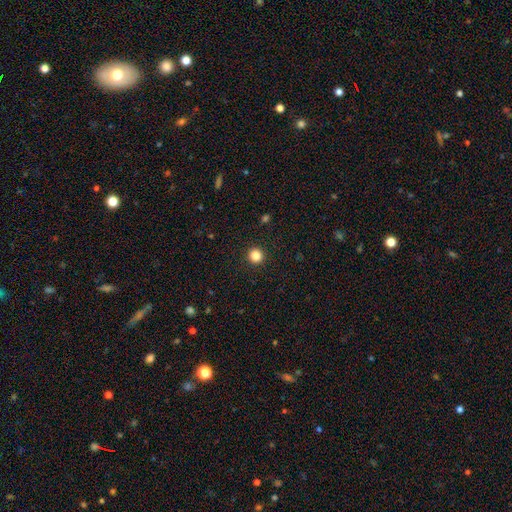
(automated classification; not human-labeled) Morphology: type=smooth (84%); roundness=round (95%); merging=none (93%).